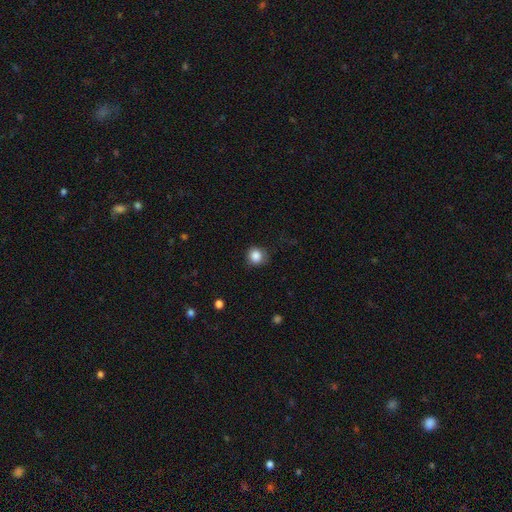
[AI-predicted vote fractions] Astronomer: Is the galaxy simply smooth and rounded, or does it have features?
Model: smooth — 86%.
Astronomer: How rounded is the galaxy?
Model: round — 86%.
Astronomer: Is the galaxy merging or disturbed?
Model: none — 79%.